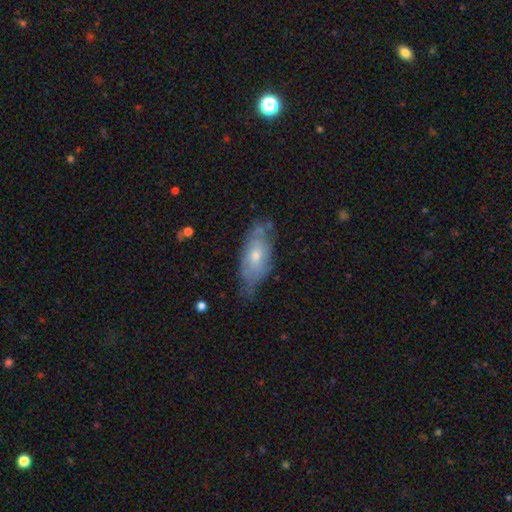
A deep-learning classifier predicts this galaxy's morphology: Smooth or featured?
  - featured or disk: 46% * (tied)
  - smooth: 46% * (tied)
  - star or artifact: 7%
Merging?
  - none: 55% *
  - minor disturbance: 33%
  - major disturbance: 9%
  - merger: 4%